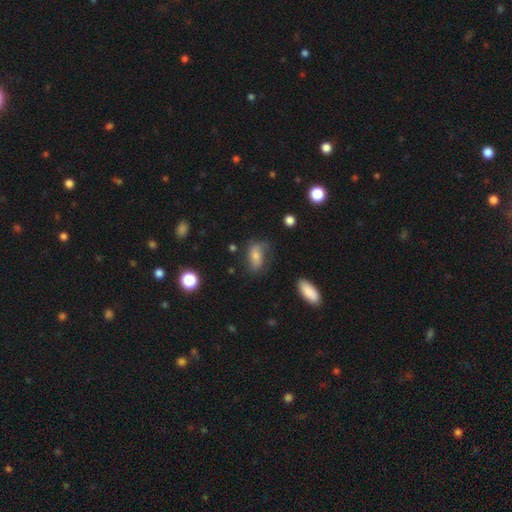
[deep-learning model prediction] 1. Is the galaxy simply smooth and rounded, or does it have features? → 65% smooth, 25% featured or disk, 10% star or artifact.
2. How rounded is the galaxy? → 85% in between, 9% round, 6% cigar-shaped.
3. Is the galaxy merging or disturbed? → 49% none, 28% minor disturbance, 19% major disturbance, 3% merger.